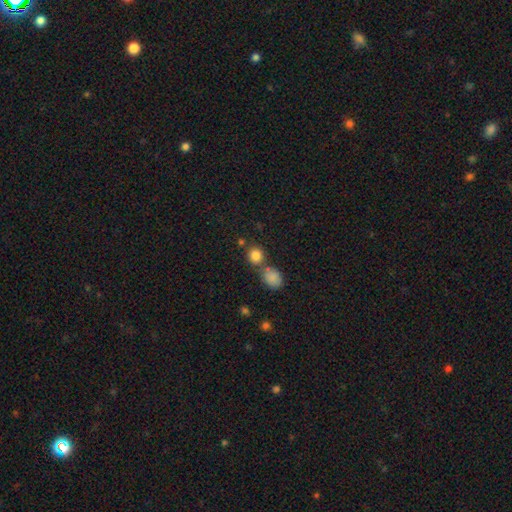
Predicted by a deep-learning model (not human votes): A smooth galaxy with no disk features (83%) that is round (81%). Merging: none (61%).